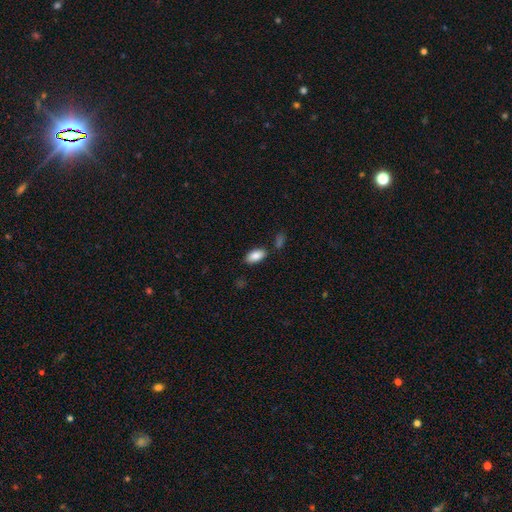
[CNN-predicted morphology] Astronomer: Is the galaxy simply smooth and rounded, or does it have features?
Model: smooth — 87%.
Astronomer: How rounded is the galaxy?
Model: in between — 93%.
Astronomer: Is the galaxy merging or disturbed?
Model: none — 80%.